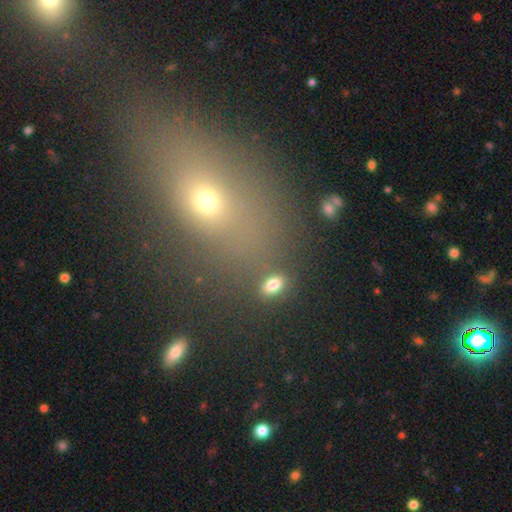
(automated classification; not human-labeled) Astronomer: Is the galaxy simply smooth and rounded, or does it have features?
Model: smooth — 51% (runner-up: star or artifact, 32%).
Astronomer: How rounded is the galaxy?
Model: in between — 58%.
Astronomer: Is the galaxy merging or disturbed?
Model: none — 65%.